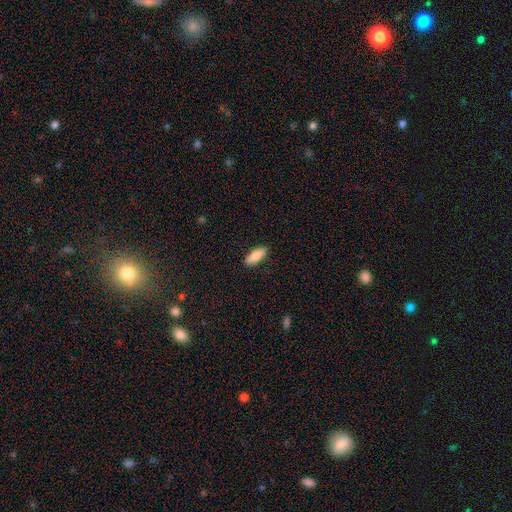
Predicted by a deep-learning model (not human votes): A smooth galaxy with no disk features (82%) that is in between round and cigar-shaped (73%).

Vote fractions:
- Smooth or featured? smooth: 82% / featured or disk: 11% / star or artifact: 6%
- How rounded? in between: 73% / cigar-shaped: 25% / round: 2%
- Merging? none: 88% / minor disturbance: 9% / major disturbance: 2% / merger: 1%